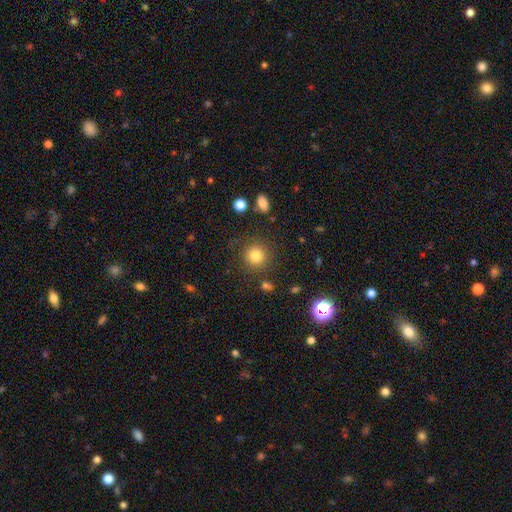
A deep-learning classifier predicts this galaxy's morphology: This is clearly a smooth galaxy (82%). How rounded: clearly round (92%). Merging: clearly none (84%).